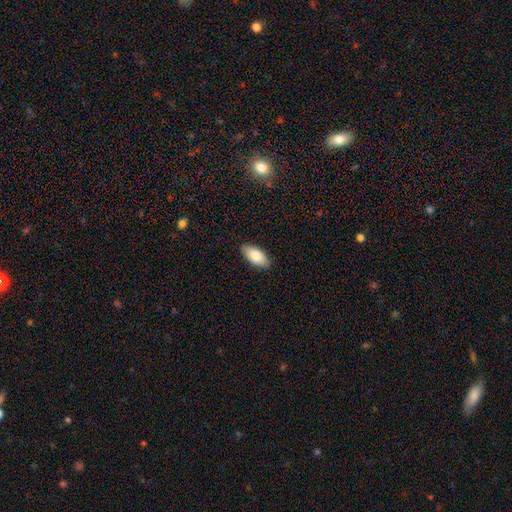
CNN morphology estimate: type=smooth (82%); roundness=in between (92%); merging=none (88%).